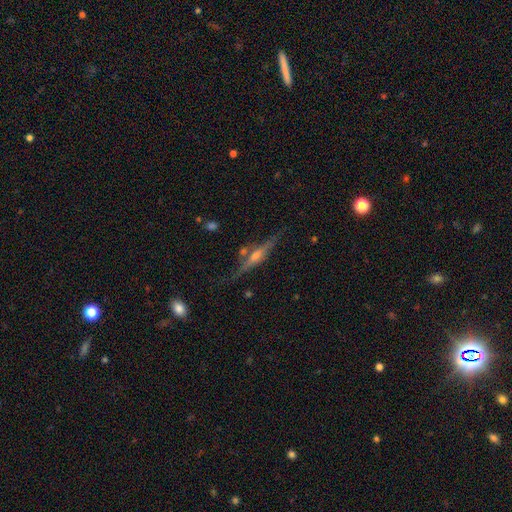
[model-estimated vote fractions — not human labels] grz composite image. It shows a featured or disk galaxy (78%) viewed edge-on (95%) with a rounded central bulge (81%). Merging: none (74%).